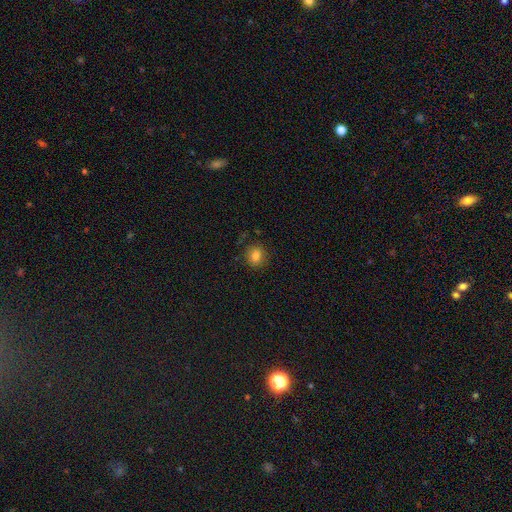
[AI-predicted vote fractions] A smooth galaxy with no disk features (82%) that is round (71%). Merging: none (86%).